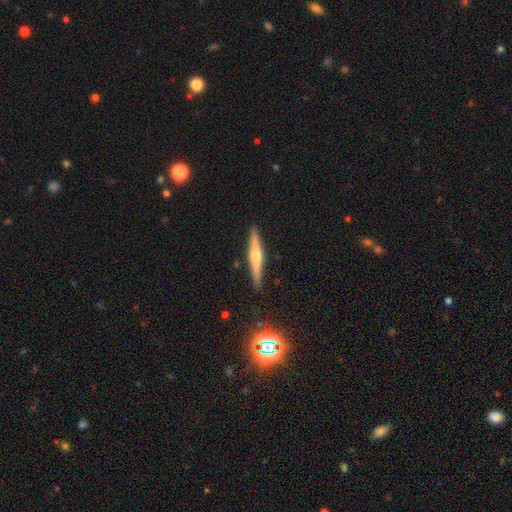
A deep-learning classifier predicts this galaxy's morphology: This is likely a featured or disk galaxy (65%). It is clearly viewed edge-on (97%). Edge-on bulge: clearly rounded (83%). Merging: clearly none (90%).